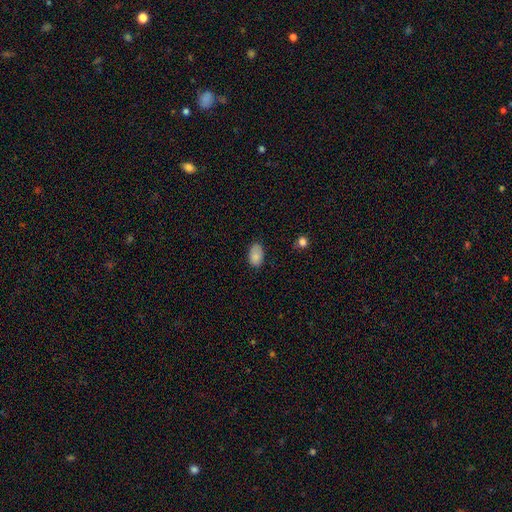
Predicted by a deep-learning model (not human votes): Smooth or featured?
  - smooth: 85% *
  - star or artifact: 8%
  - featured or disk: 7%
How rounded?
  - in between: 90% *
  - round: 9%
  - cigar-shaped: 1%
Merging?
  - none: 73% *
  - minor disturbance: 22%
  - major disturbance: 4%
  - merger: 1%